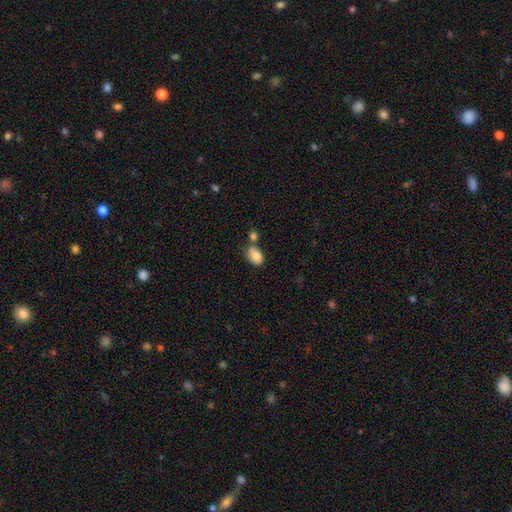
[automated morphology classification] A smooth galaxy with no disk features (83%) that is in between round and cigar-shaped (85%).

Vote fractions:
- Smooth or featured? smooth: 83% / featured or disk: 9% / star or artifact: 8%
- How rounded? in between: 85% / round: 14% / cigar-shaped: 1%
- Merging? none: 51% / merger: 29% / minor disturbance: 15% / major disturbance: 5%